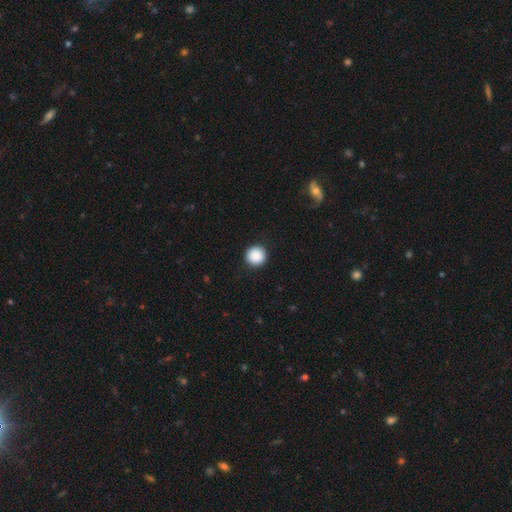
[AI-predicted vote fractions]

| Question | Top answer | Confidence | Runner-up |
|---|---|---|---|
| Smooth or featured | smooth | 89% | star or artifact (8%) |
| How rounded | round | 96% | in between (3%) |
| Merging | none | 92% | minor disturbance (5%) |